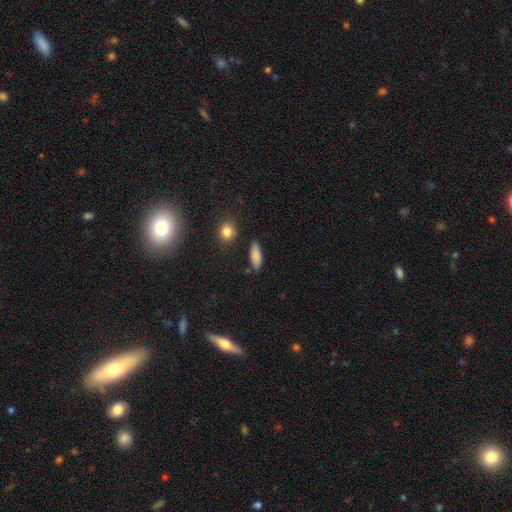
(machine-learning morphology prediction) Smooth or featured? Predicted: smooth (p=0.85). How rounded? Predicted: in between (p=0.63). Merging? Predicted: none (p=0.83).